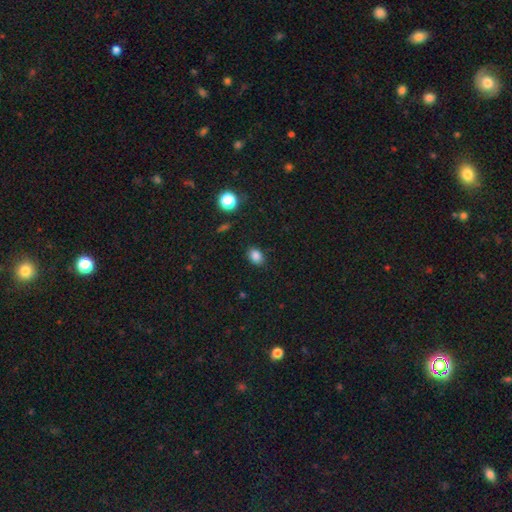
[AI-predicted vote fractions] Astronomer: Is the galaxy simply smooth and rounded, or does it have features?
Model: smooth — 85%.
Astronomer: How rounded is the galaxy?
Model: in between — 66%.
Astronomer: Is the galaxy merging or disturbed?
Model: none — 87%.